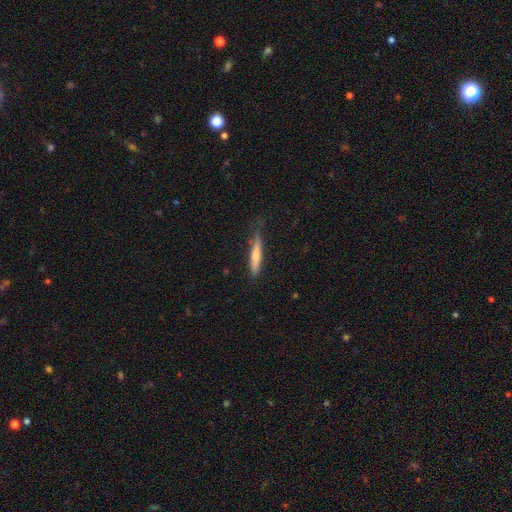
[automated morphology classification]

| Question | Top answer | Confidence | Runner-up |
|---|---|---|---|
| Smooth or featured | smooth | 63% | featured or disk (31%) |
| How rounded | cigar-shaped | 91% | in between (8%) |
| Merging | none | 73% | minor disturbance (21%) |